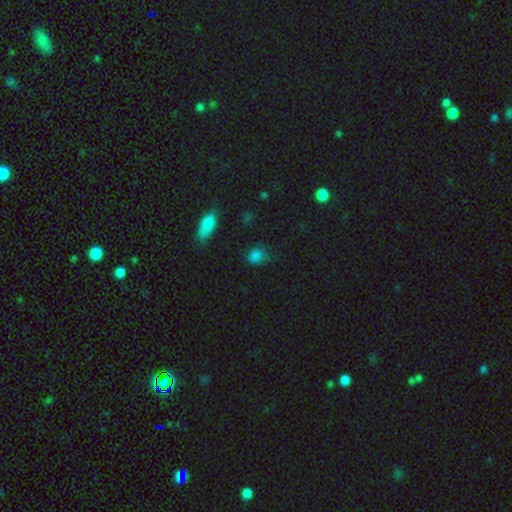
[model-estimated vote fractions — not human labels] A smooth galaxy with no disk features (76%) that is round (54%).

Vote fractions:
- Smooth or featured? smooth: 76% / star or artifact: 18% / featured or disk: 5%
- How rounded? round: 54% / in between: 44% / cigar-shaped: 3%
- Merging? none: 68% / minor disturbance: 21% / major disturbance: 7% / merger: 4%